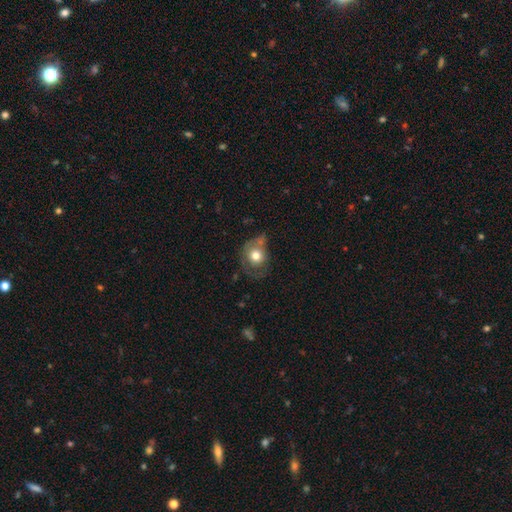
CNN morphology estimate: Smooth or featured? smooth (67%)
How rounded? round (72%)
Merging? none (39%)